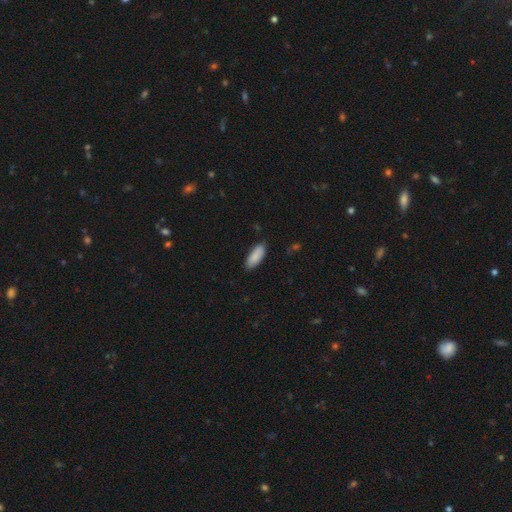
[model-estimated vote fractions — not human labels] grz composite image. It shows a smooth galaxy with no disk features (88%) that is in between round and cigar-shaped (78%). Merging: none (82%).